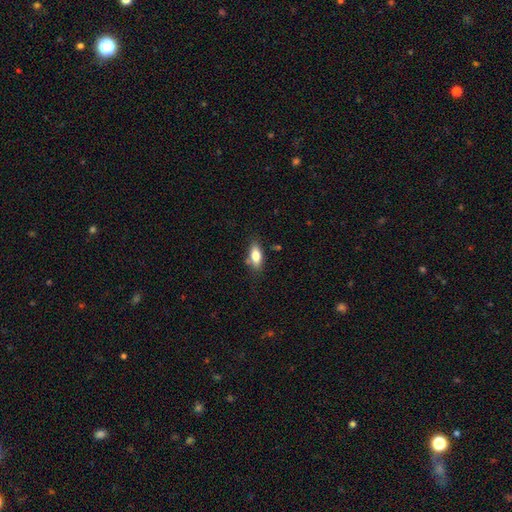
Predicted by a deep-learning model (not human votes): Smooth or featured: smooth — 77% (featured or disk — 15%)
How rounded: in between — 82% (cigar-shaped — 14%)
Merging: none — 74% (minor disturbance — 17%)